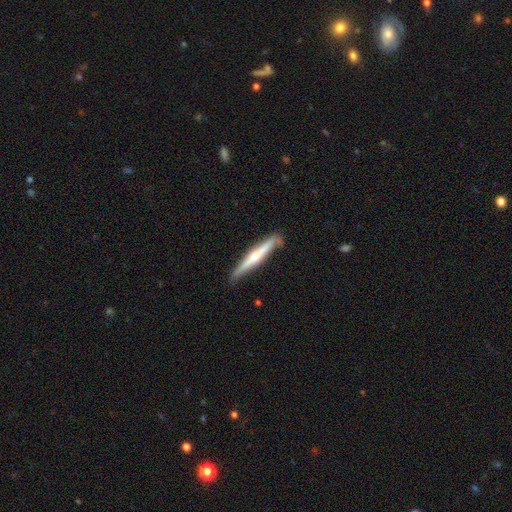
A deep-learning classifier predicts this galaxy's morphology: featured or disk 57%, smooth 38%, star or artifact 5%. Down the decision tree: edge-on disk — yes (96%); edge-on bulge — rounded (69%); merging — none (80%).